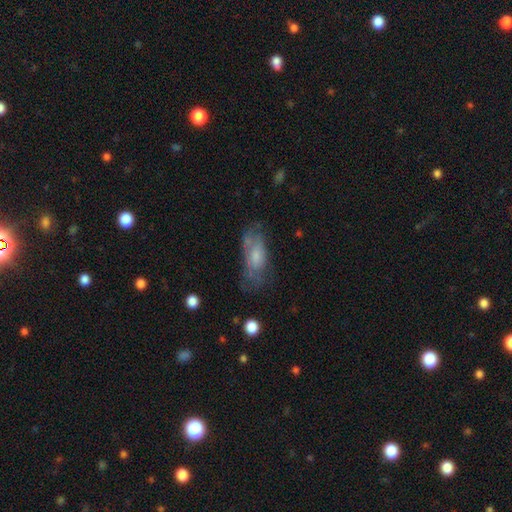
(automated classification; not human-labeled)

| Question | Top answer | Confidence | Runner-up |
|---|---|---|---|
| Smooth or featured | smooth | 52% | featured or disk (39%) |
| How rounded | in between | 78% | cigar-shaped (19%) |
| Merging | none | 56% | minor disturbance (27%) |